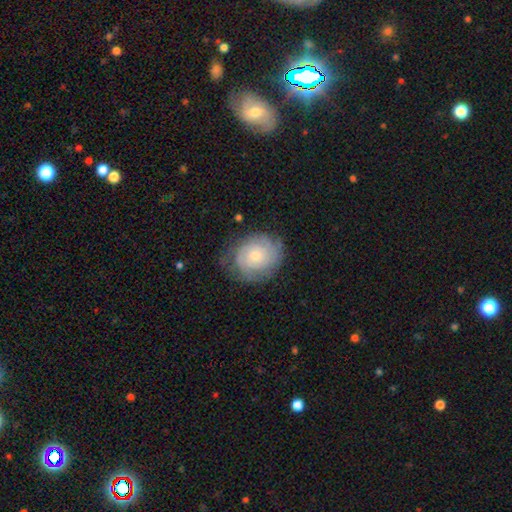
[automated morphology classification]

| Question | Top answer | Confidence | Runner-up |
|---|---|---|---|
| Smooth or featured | featured or disk | 64% | smooth (29%) |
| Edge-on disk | no | 97% | yes (3%) |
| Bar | no | 81% | weak (16%) |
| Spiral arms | yes | 87% | no (13%) |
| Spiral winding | tight | 74% | medium (20%) |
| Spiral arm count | can't tell | 46% | 2 (26%) |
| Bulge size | small | 58% | moderate (36%) |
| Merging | none | 71% | minor disturbance (20%) |